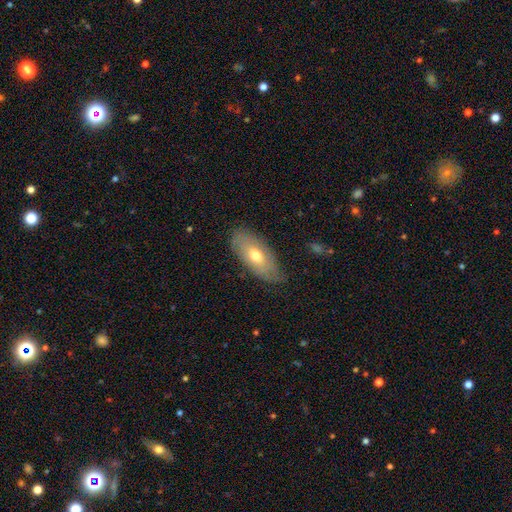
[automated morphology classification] Smooth or featured: smooth — 57% (featured or disk — 36%)
How rounded: in between — 88% (cigar-shaped — 8%)
Merging: none — 72% (minor disturbance — 22%)